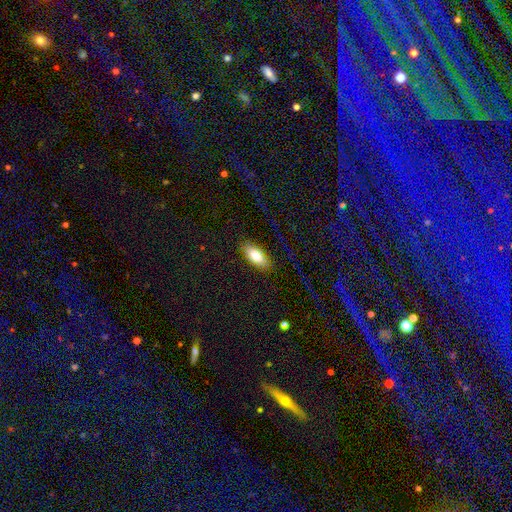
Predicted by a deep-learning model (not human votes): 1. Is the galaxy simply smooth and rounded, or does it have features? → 83% smooth, 11% featured or disk, 6% star or artifact.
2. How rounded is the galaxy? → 86% in between, 11% cigar-shaped, 2% round.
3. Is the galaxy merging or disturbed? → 85% none, 11% minor disturbance, 2% major disturbance, 1% merger.